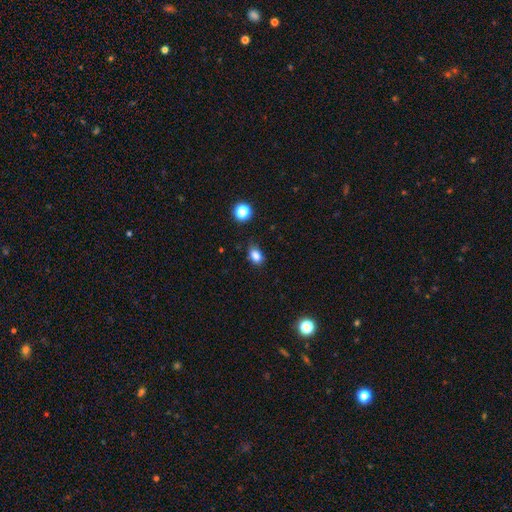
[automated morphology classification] Overall: smooth (83%). How rounded: in between (74%). Merging: none (73%).